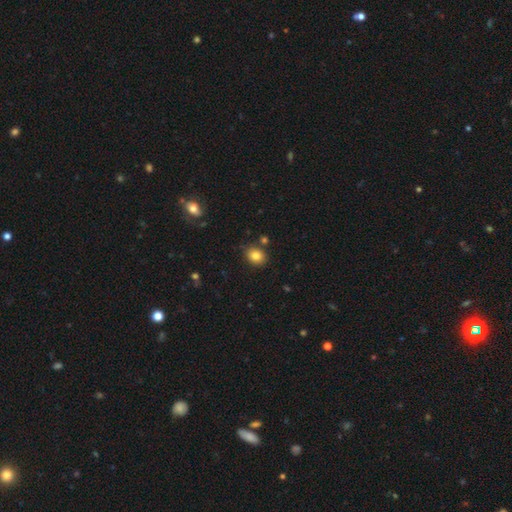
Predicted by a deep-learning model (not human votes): A smooth galaxy with no disk features (83%) that is round (61%). Merging: none (80%).